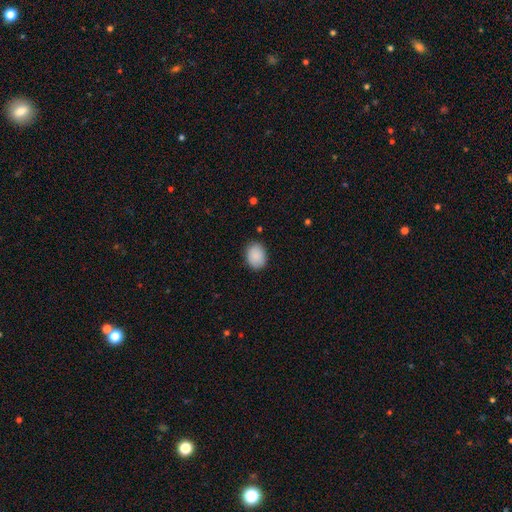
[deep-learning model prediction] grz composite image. It shows a smooth galaxy with no disk features (90%) that is in between round and cigar-shaped (61%). Merging: none (86%).